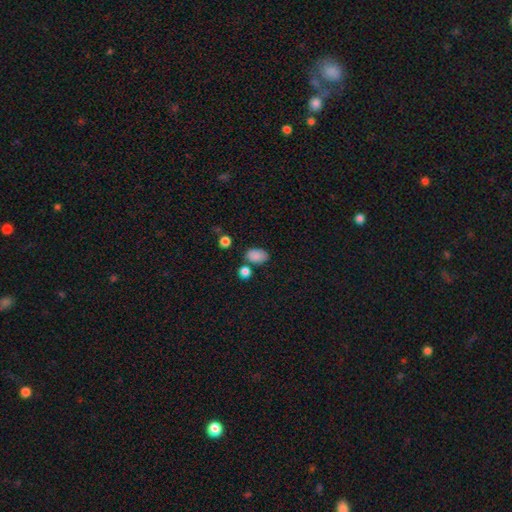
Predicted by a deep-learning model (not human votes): Smooth or featured?
  - smooth: 86% *
  - star or artifact: 10%
  - featured or disk: 5%
How rounded?
  - in between: 88% *
  - round: 11%
  - cigar-shaped: 1%
Merging?
  - none: 71% *
  - minor disturbance: 15%
  - merger: 10%
  - major disturbance: 4%